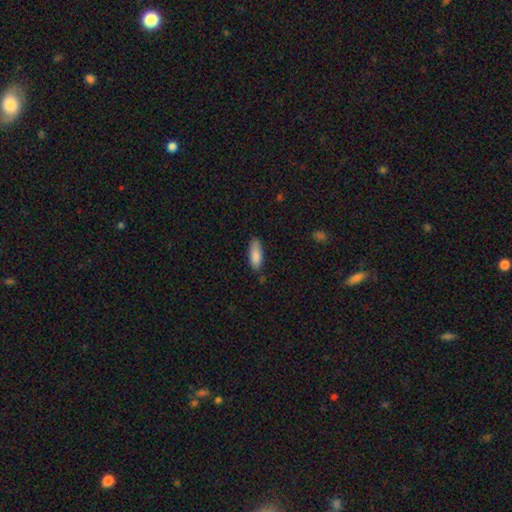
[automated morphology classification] Q: Smooth or featured?
A: smooth (86%); runner-up: featured or disk (8%)
Q: How rounded?
A: in between (68%); runner-up: cigar-shaped (30%)
Q: Merging?
A: none (78%); runner-up: minor disturbance (17%)